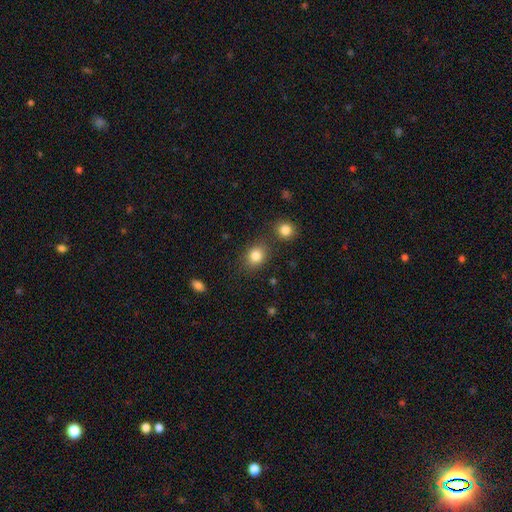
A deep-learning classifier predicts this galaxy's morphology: Q: Smooth or featured?
A: smooth (83%); runner-up: star or artifact (10%)
Q: How rounded?
A: round (54%); runner-up: in between (45%)
Q: Merging?
A: none (78%); runner-up: minor disturbance (11%)